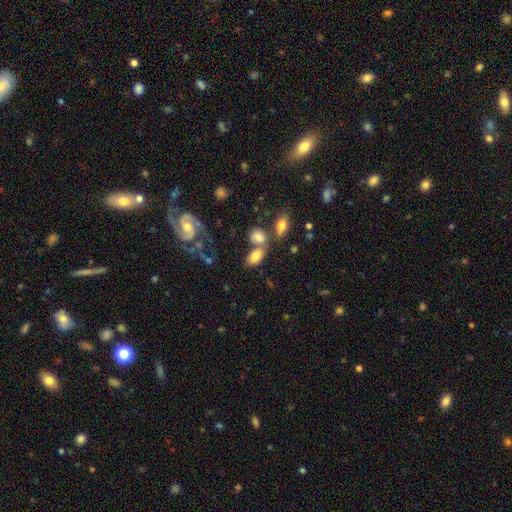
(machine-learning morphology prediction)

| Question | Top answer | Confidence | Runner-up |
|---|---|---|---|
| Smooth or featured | smooth | 76% | featured or disk (15%) |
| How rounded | in between | 90% | round (8%) |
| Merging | none | 46% | merger (32%) |